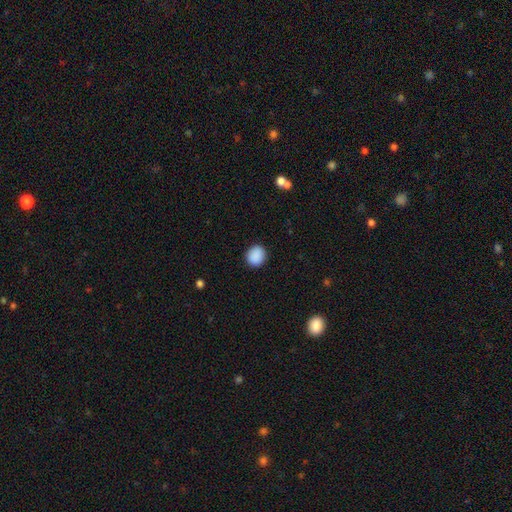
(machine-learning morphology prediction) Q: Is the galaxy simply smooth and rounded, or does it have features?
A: smooth — 90%.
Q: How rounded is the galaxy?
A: round — 80%.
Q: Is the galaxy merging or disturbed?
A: none — 90%.